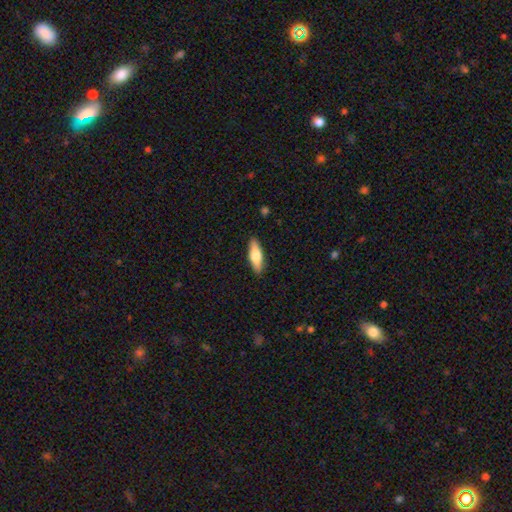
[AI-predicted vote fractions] Smooth or featured?
  - smooth: 65% *
  - featured or disk: 30%
  - star or artifact: 6%
How rounded?
  - in between: 51% *
  - cigar-shaped: 47%
  - round: 2%
Merging?
  - none: 89% *
  - minor disturbance: 8%
  - major disturbance: 2%
  - merger: 1%